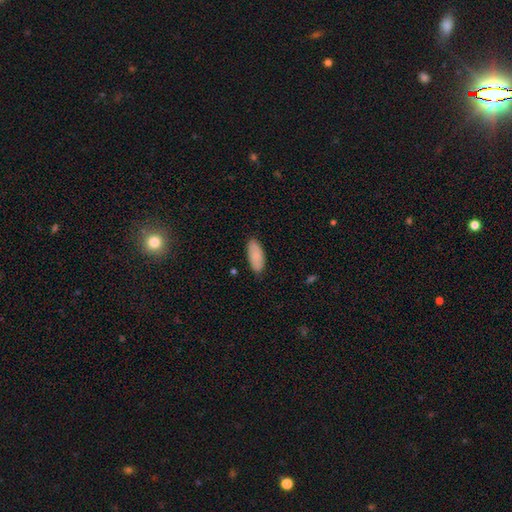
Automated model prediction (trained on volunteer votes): Overall: smooth (87%). How rounded: in between (84%). Merging: none (86%).